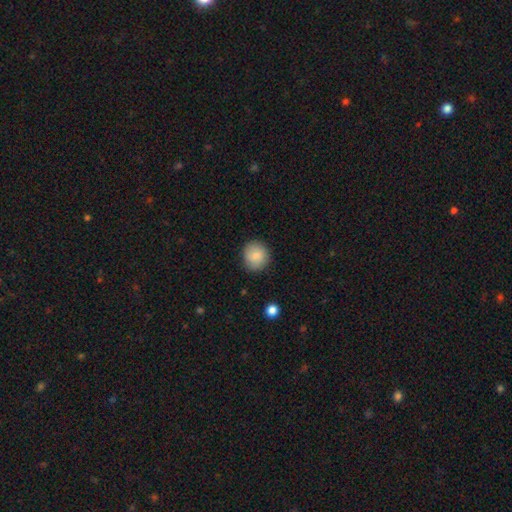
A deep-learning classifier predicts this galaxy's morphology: The model was most divided on "how rounded": round: 84%, in between: 15%, cigar-shaped: 1%. More confident: smooth or featured — smooth (85%); merging — none (85%).